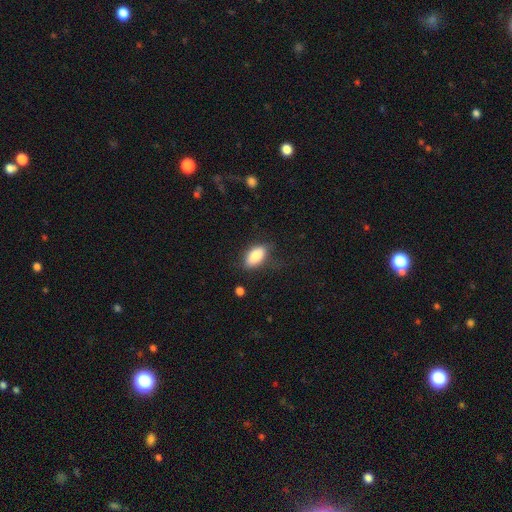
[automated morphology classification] This is clearly a smooth galaxy (85%). How rounded: clearly in between (90%). Merging: likely none (71%).